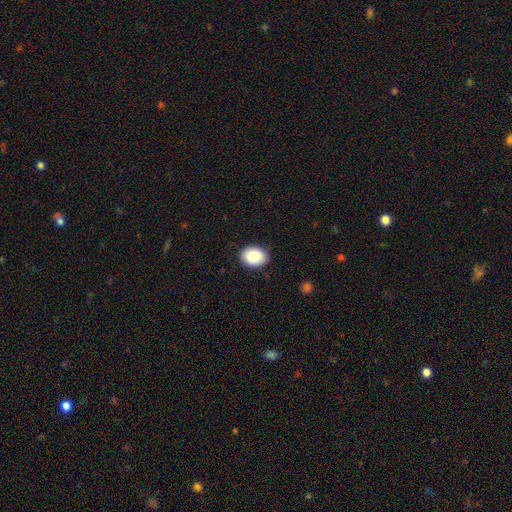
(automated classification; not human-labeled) Smooth or featured: smooth — 89% (star or artifact — 7%)
How rounded: in between — 74% (round — 25%)
Merging: none — 89% (minor disturbance — 8%)